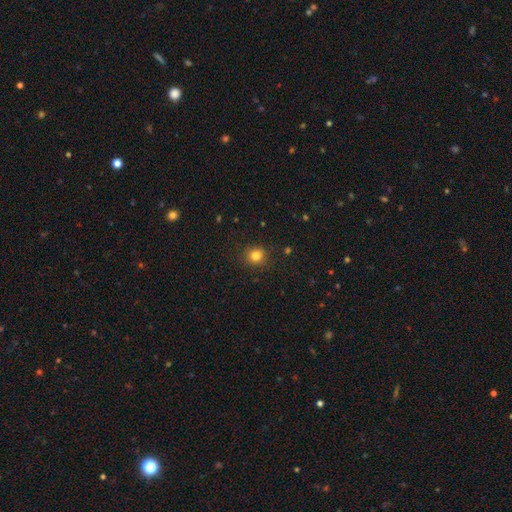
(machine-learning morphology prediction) This appears to be a smooth galaxy with no disk features (82%) that is round (83%). Merging: none (87%).